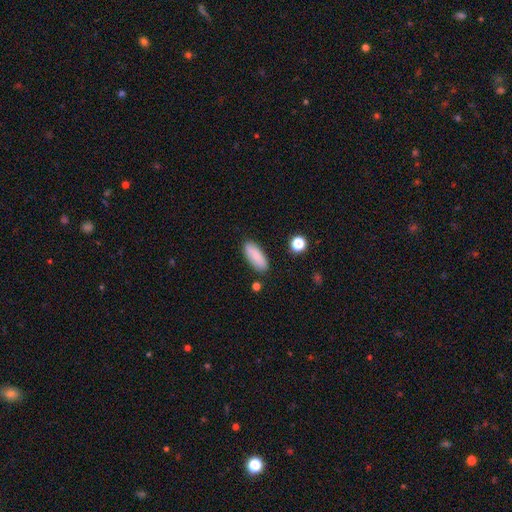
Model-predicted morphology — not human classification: The model was most divided on "how rounded": in between: 74%, cigar-shaped: 24%, round: 2%. More confident: merging — none (84%); smooth or featured — smooth (81%).